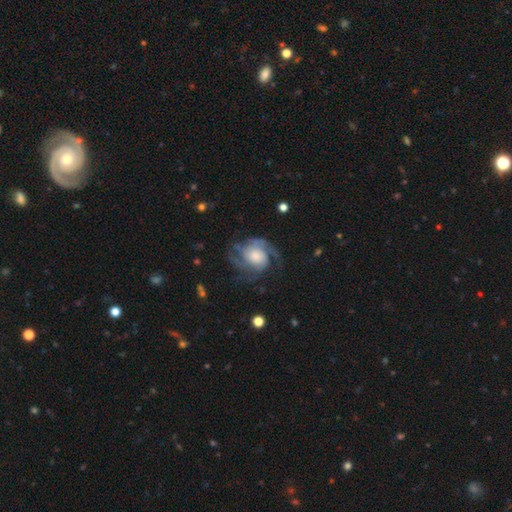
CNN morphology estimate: featured or disk 86%, smooth 9%, star or artifact 5%. Down the decision tree: edge-on disk — no (98%); bar — no (74%); spiral arms — yes (97%); spiral arm count — 2 (33%); spiral winding — medium (47%); bulge size — large (45%); merging — none (67%).